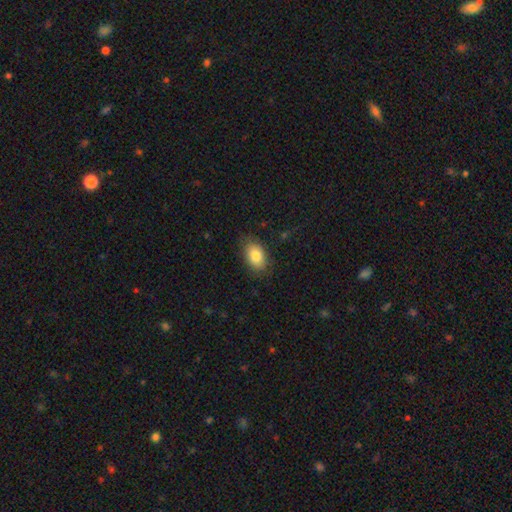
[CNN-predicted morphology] Smooth or featured?
  - smooth: 83% *
  - featured or disk: 10%
  - star or artifact: 7%
How rounded?
  - in between: 88% *
  - round: 11%
  - cigar-shaped: 1%
Merging?
  - none: 80% *
  - minor disturbance: 15%
  - major disturbance: 4%
  - merger: 1%